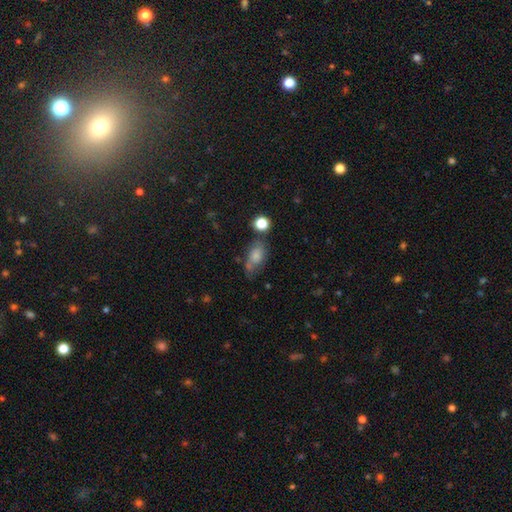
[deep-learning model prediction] Overall: smooth (70%). How rounded: in between (82%). Merging: none (46%; minor disturbance 27%).